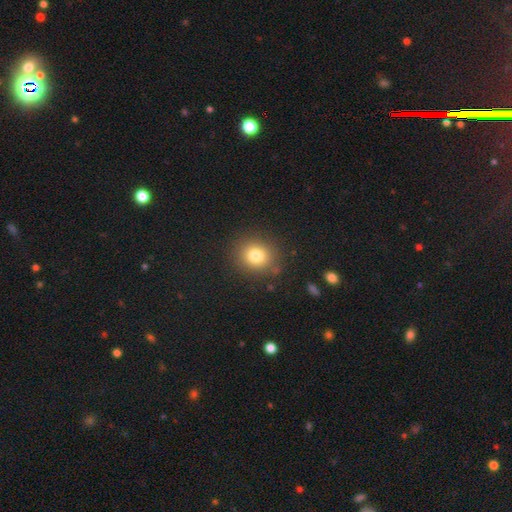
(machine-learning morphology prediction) Smooth or featured? Predicted: smooth (p=0.79). How rounded? Predicted: round (p=0.83). Merging? Predicted: none (p=0.87).